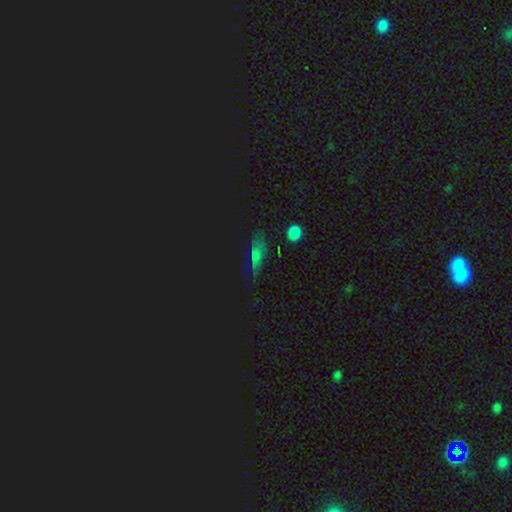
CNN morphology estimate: Smooth or featured?
  - smooth: 47% *
  - star or artifact: 40%
  - featured or disk: 13%
Merging?
  - none: 69% *
  - minor disturbance: 20%
  - major disturbance: 7%
  - merger: 5%